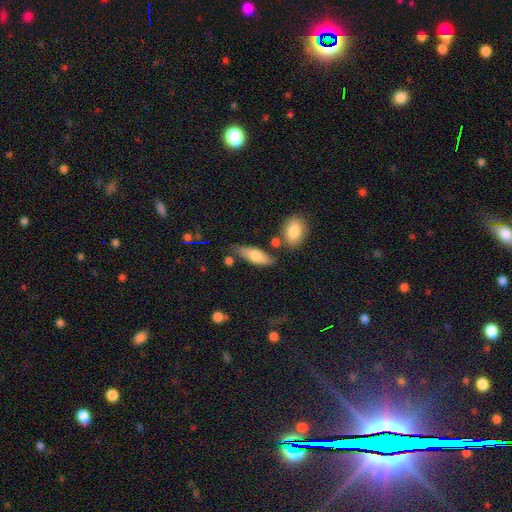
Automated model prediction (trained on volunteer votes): smooth_or_featured: smooth (p=0.70) [alt: featured or disk p=0.23]
how_rounded: in between (p=0.66) [alt: cigar-shaped p=0.31]
merging: none (p=0.68) [alt: minor disturbance p=0.19]